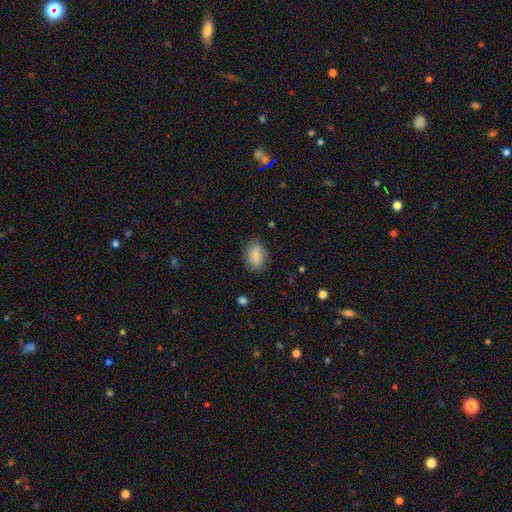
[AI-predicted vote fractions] smooth_or_featured: smooth (p=0.87) [alt: star or artifact p=0.07]
how_rounded: in between (p=0.80) [alt: round p=0.18]
merging: none (p=0.81) [alt: minor disturbance p=0.15]